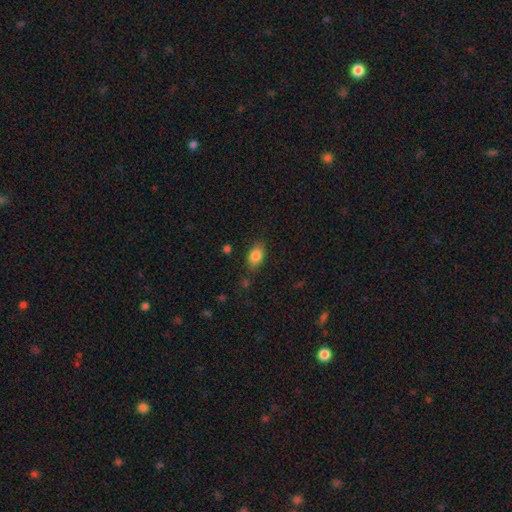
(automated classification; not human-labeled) Morphology: type=smooth (84%); roundness=in between (82%); merging=none (76%).